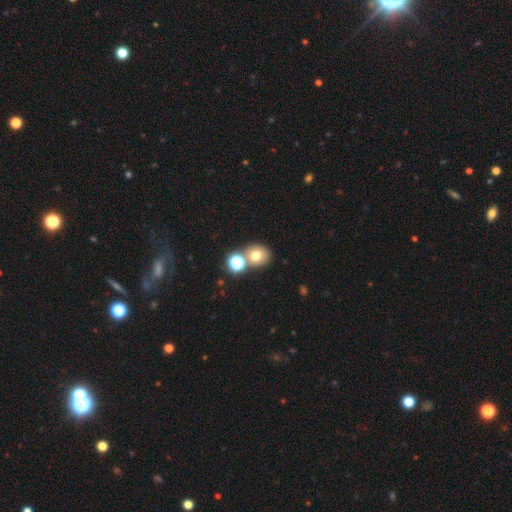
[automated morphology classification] smooth-or-featured: smooth: 71% | star or artifact: 17% | featured or disk: 12%
  how-rounded: round: 72% | in between: 27% | cigar-shaped: 1%
  merging: none: 60% | merger: 29% | minor disturbance: 8% | major disturbance: 3%